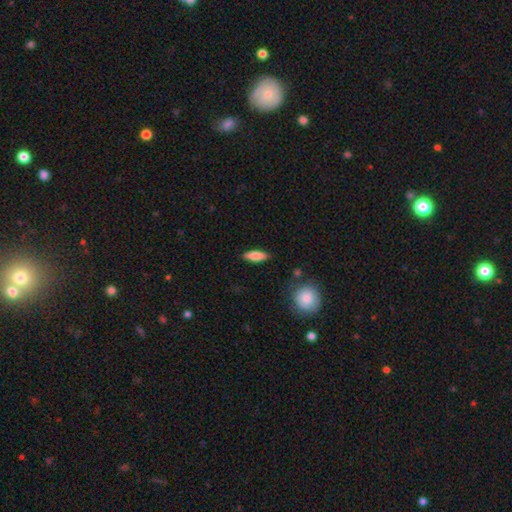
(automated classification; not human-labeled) Q: Smooth or featured?
A: smooth (77%); runner-up: featured or disk (16%)
Q: How rounded?
A: in between (55%); runner-up: cigar-shaped (42%)
Q: Merging?
A: none (85%); runner-up: minor disturbance (11%)